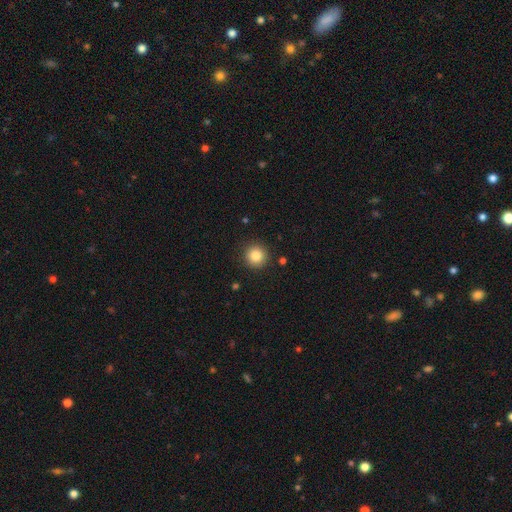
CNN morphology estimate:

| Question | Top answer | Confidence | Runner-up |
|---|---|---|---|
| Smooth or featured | smooth | 85% | star or artifact (10%) |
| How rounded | round | 95% | in between (4%) |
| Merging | none | 90% | minor disturbance (6%) |